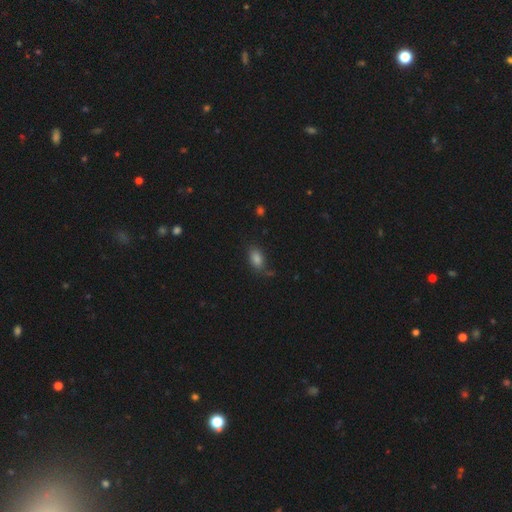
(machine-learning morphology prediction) Smooth or featured? Predicted: smooth (p=0.75). How rounded? Predicted: in between (p=0.85). Merging? Predicted: none (p=0.74).